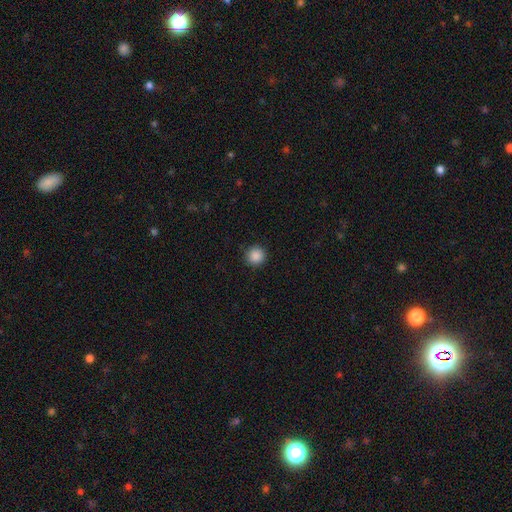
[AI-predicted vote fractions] smooth_or_featured: smooth (p=0.88) [alt: star or artifact p=0.09]
how_rounded: round (p=0.95) [alt: in between p=0.04]
merging: none (p=0.91) [alt: minor disturbance p=0.06]